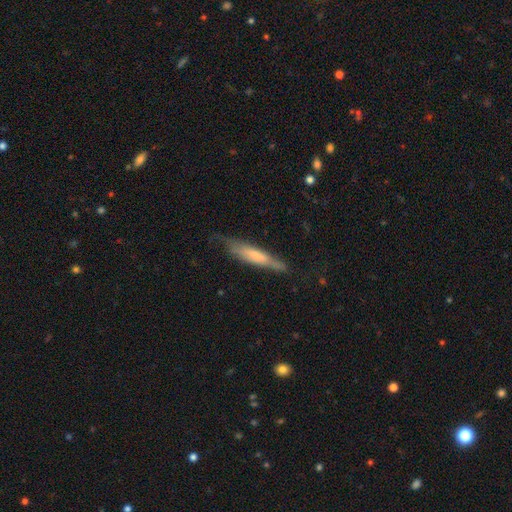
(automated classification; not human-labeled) Overall: smooth (53%; featured or disk 41%). How rounded: cigar-shaped (85%). Merging: none (63%; minor disturbance 27%).